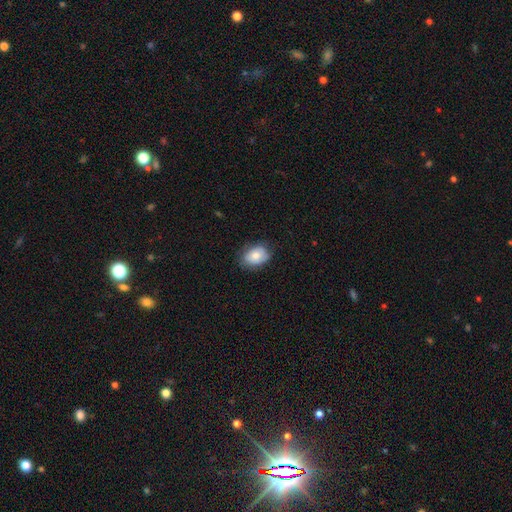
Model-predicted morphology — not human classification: This is likely a smooth galaxy (78%). How rounded: likely in between (76%). Merging: likely none (72%).